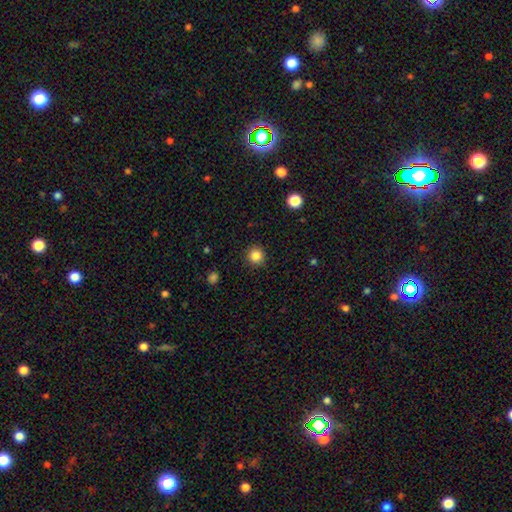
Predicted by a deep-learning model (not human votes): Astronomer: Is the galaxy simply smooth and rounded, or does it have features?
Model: smooth — 85%.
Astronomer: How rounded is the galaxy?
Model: round — 94%.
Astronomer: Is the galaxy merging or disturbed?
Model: none — 92%.